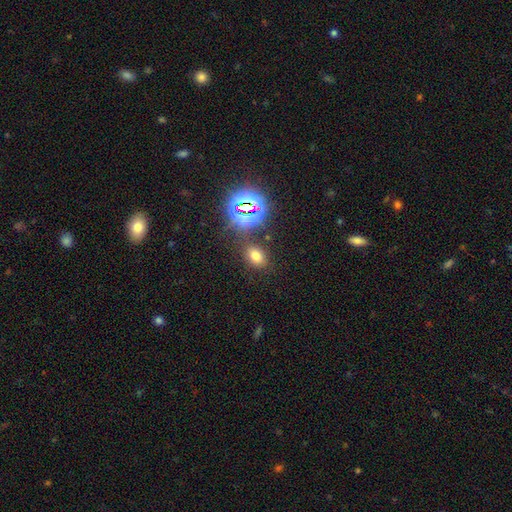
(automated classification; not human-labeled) Morphology: type=smooth (65%); roundness=in between (73%); merging=none (80%).